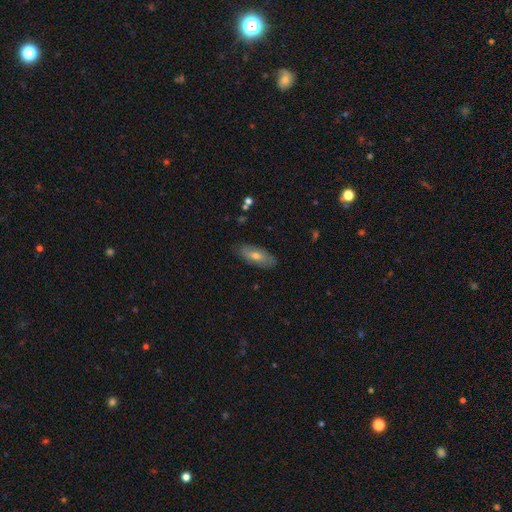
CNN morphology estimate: A smooth galaxy with no disk features (55%) that is in between round and cigar-shaped (72%).

Vote fractions:
- Smooth or featured? smooth: 55% / featured or disk: 36% / star or artifact: 9%
- How rounded? in between: 72% / cigar-shaped: 25% / round: 3%
- Merging? none: 85% / minor disturbance: 12% / major disturbance: 2% / merger: 1%